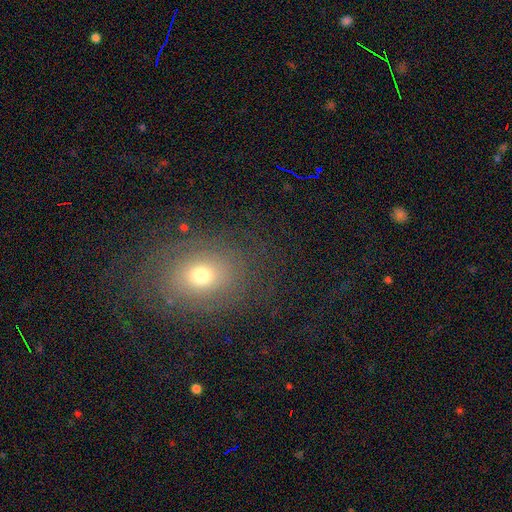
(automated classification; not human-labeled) smooth-or-featured: smooth: 54% | featured or disk: 25% | star or artifact: 21%
  how-rounded: in between: 55% | round: 44% | cigar-shaped: 1%
  merging: none: 77% | minor disturbance: 13% | major disturbance: 9% | merger: 2%